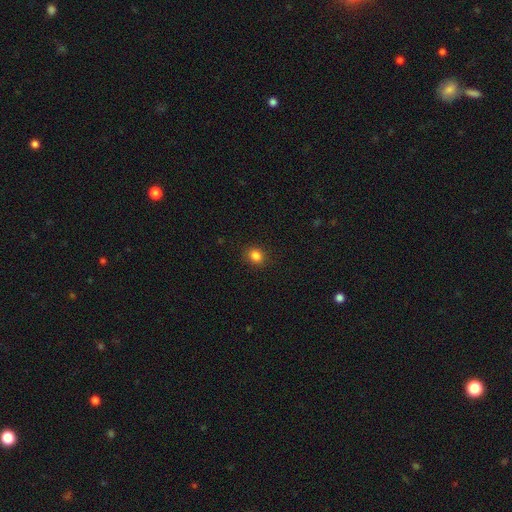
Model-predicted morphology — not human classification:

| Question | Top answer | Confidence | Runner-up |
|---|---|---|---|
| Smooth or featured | smooth | 84% | star or artifact (12%) |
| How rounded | round | 64% | in between (35%) |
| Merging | none | 89% | minor disturbance (8%) |